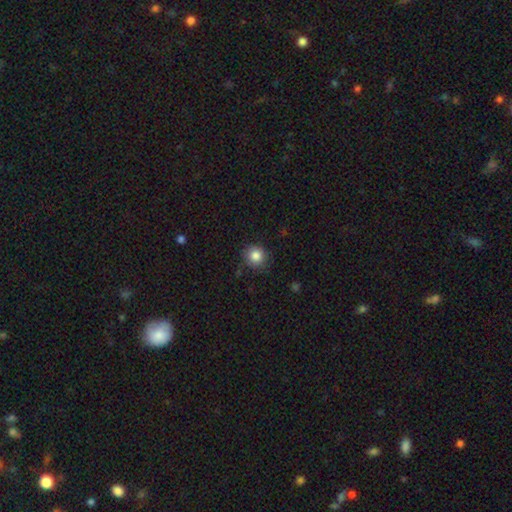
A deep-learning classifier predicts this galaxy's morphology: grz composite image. It shows a smooth galaxy with no disk features (84%) that is round (91%). Merging: none (85%).